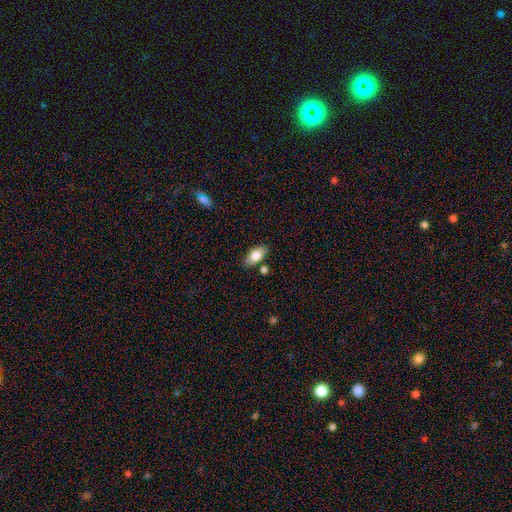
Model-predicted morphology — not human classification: A smooth galaxy with no disk features (80%) that is in between round and cigar-shaped (89%).

Vote fractions:
- Smooth or featured? smooth: 80% / featured or disk: 13% / star or artifact: 7%
- How rounded? in between: 89% / cigar-shaped: 7% / round: 4%
- Merging? none: 80% / minor disturbance: 12% / merger: 6% / major disturbance: 3%